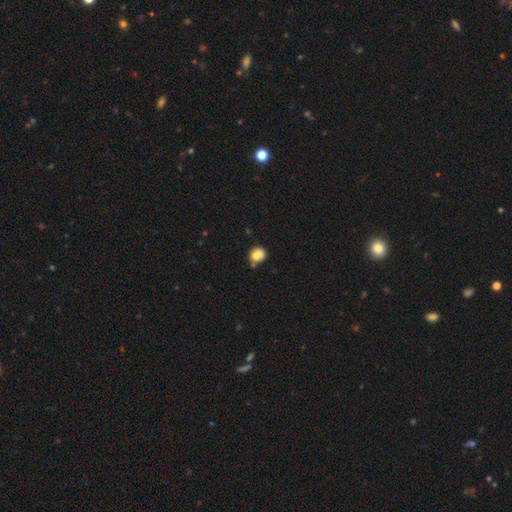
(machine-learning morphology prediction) smooth_or_featured: smooth (p=0.78) [alt: featured or disk p=0.12]
how_rounded: round (p=0.78) [alt: in between p=0.21]
merging: none (p=0.54) [alt: minor disturbance p=0.22]